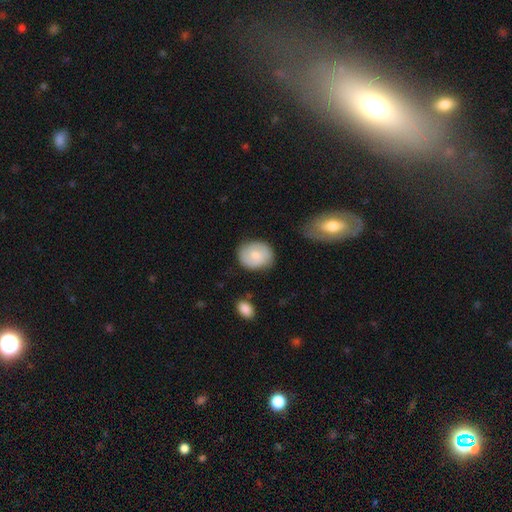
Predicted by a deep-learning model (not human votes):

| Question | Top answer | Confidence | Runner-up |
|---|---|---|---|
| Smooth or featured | smooth | 64% | featured or disk (30%) |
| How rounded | round | 54% | in between (45%) |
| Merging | none | 77% | minor disturbance (16%) |